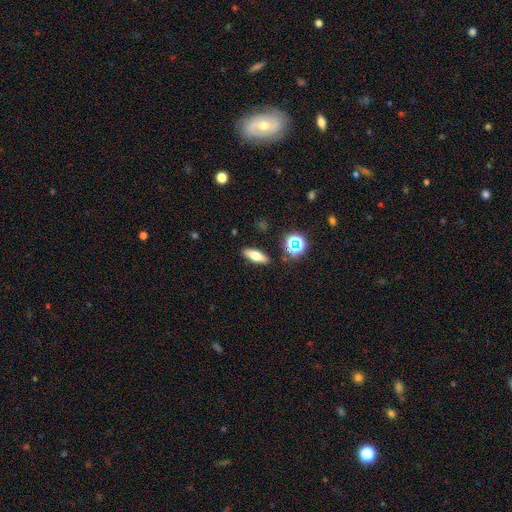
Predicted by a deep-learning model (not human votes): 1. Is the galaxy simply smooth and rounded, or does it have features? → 61% smooth, 27% featured or disk, 12% star or artifact.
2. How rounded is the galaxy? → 57% in between, 37% cigar-shaped, 6% round.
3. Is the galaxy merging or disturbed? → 88% none, 8% minor disturbance, 2% major disturbance, 2% merger.